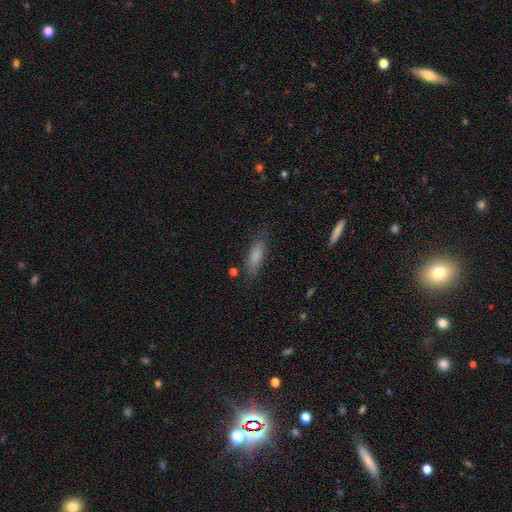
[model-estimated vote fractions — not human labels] Smooth or featured: smooth — 78% (featured or disk — 14%)
How rounded: cigar-shaped — 50% (in between — 48%)
Merging: none — 76% (minor disturbance — 17%)